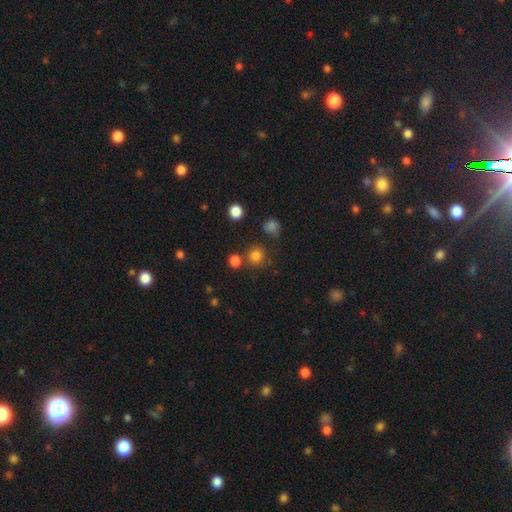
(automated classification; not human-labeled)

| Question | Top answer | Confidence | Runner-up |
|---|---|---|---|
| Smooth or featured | smooth | 80% | star or artifact (15%) |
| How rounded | round | 92% | in between (7%) |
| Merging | none | 76% | merger (12%) |